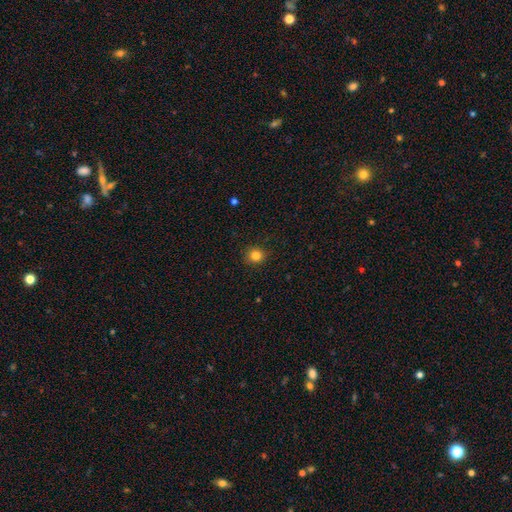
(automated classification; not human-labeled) smooth-or-featured: smooth: 83% | star or artifact: 12% | featured or disk: 5%
  how-rounded: round: 86% | in between: 13% | cigar-shaped: 1%
  merging: none: 89% | minor disturbance: 8% | major disturbance: 2% | merger: 1%